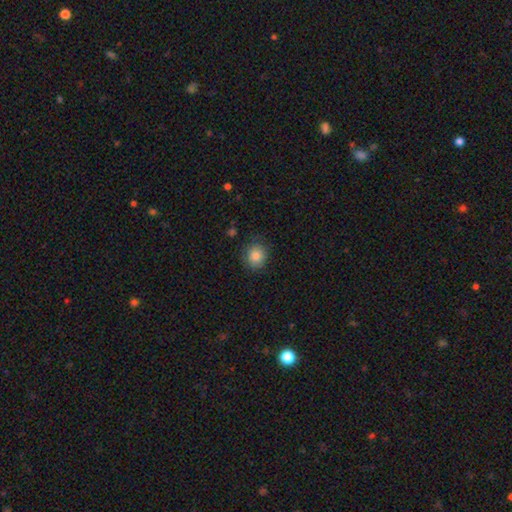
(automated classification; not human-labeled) A smooth galaxy with no disk features (86%) that is round (77%). Merging: none (81%).